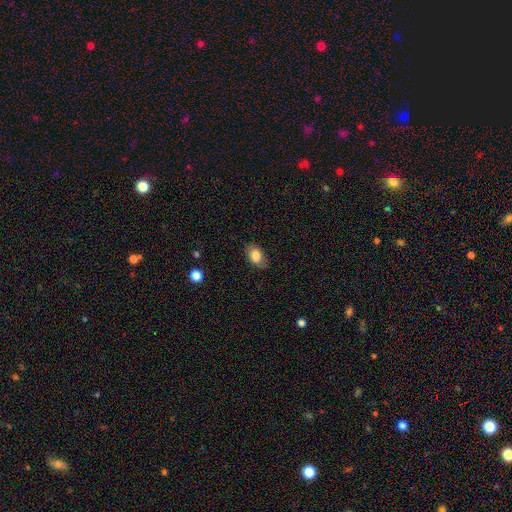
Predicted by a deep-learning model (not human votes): Morphology: type=smooth (81%); roundness=in between (88%); merging=none (78%).